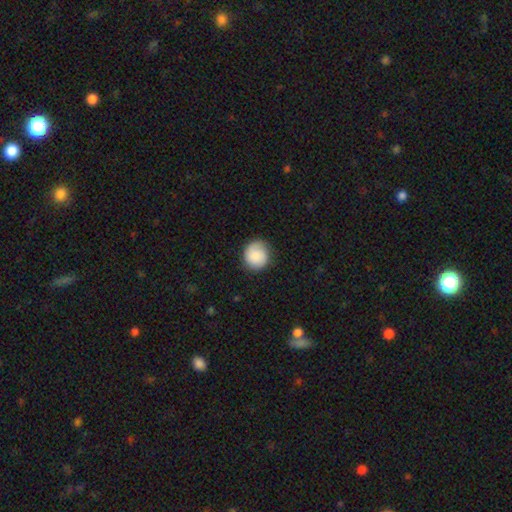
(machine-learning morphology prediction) smooth_or_featured: smooth (p=0.82) [alt: featured or disk p=0.11]
how_rounded: round (p=0.88) [alt: in between p=0.11]
merging: none (p=0.81) [alt: minor disturbance p=0.14]